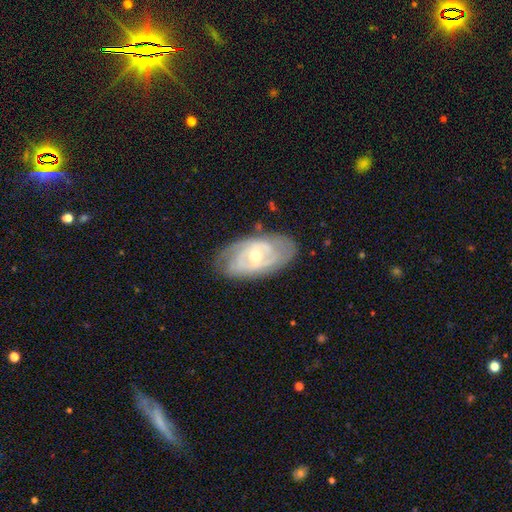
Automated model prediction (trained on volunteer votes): A featured or disk galaxy (81%) with no bar (49%), 2 (38%) tight (66%) spiral arms (88%) and a moderate central bulge (54%).

Vote fractions:
- Smooth or featured? featured or disk: 81% / smooth: 14% / star or artifact: 5%
- Edge-on disk? no: 94% / yes: 6%
- Bar? no: 49% / weak: 39% / strong: 12%
- Spiral arms? yes: 88% / no: 12%
- Spiral winding? tight: 66% / medium: 27% / loose: 7%
- Spiral arm count? 2: 38% / can't tell: 36% / 3: 14% / 4: 5% / 1: 4% / more than 4: 3%
- Bulge size? moderate: 54% / small: 43% / large: 2% / none: 1% / dominant: 1%
- Merging? none: 77% / minor disturbance: 17% / major disturbance: 5% / merger: 1%